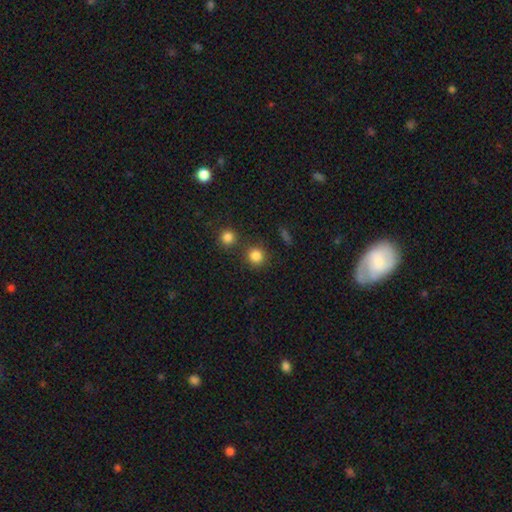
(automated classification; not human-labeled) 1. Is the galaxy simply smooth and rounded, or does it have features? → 83% smooth, 12% star or artifact, 5% featured or disk.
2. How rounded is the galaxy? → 90% round, 9% in between, 1% cigar-shaped.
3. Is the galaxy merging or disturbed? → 78% none, 11% merger, 8% minor disturbance, 3% major disturbance.